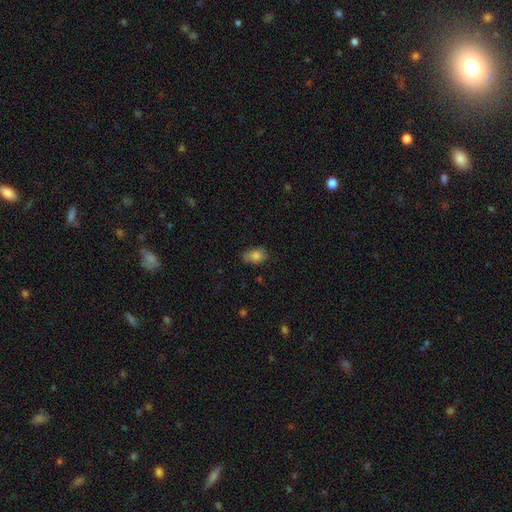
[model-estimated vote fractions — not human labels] This appears to be a smooth galaxy with no disk features (81%) that is in between round and cigar-shaped (81%). Merging: none (68%).